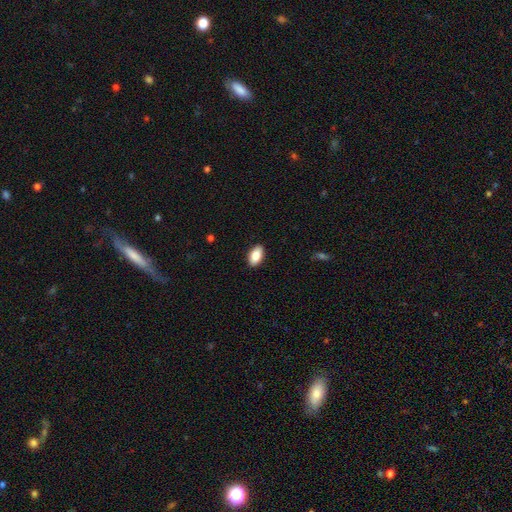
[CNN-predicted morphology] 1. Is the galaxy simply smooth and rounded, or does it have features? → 85% smooth, 8% featured or disk, 7% star or artifact.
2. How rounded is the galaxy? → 93% in between, 4% round, 3% cigar-shaped.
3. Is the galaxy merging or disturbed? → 90% none, 8% minor disturbance, 2% major disturbance, 1% merger.